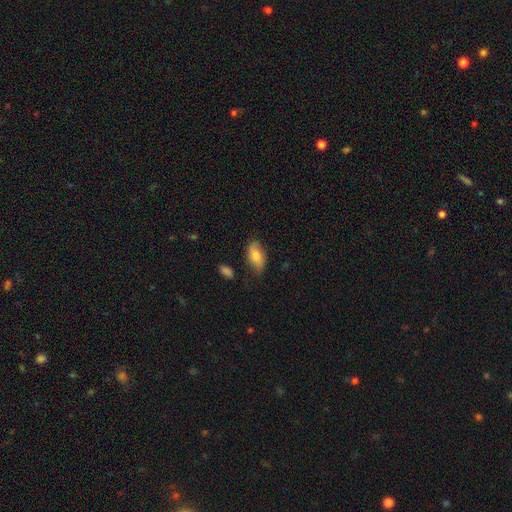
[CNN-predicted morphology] Smooth or featured: smooth — 74% (featured or disk — 20%)
How rounded: in between — 90% (cigar-shaped — 6%)
Merging: none — 72% (minor disturbance — 21%)